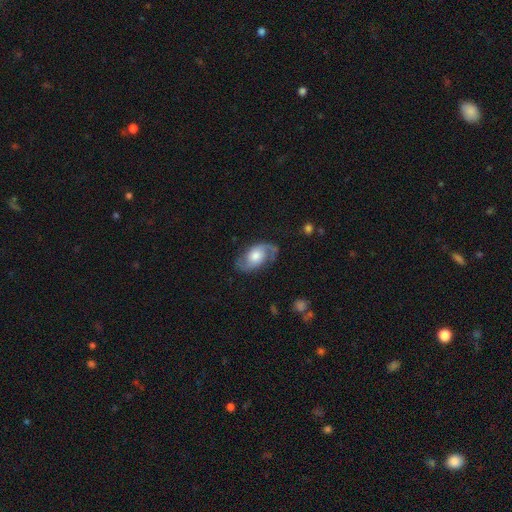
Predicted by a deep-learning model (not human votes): A featured or disk galaxy (77%) with no bar (68%), 2 (89%) medium (47%) spiral arms (93%) and a moderate central bulge (52%).

Vote fractions:
- Smooth or featured? featured or disk: 77% / smooth: 18% / star or artifact: 6%
- Edge-on disk? no: 96% / yes: 4%
- Bar? no: 68% / weak: 27% / strong: 5%
- Spiral arms? yes: 93% / no: 7%
- Spiral winding? medium: 47% / loose: 35% / tight: 18%
- Spiral arm count? 2: 89% / can't tell: 4% / 1: 4% / 3: 1% / 4: 1% / more than 4: 1%
- Bulge size? moderate: 52% / large: 26% / small: 17% / dominant: 3% / none: 3%
- Merging? none: 74% / minor disturbance: 17% / major disturbance: 8% / merger: 1%